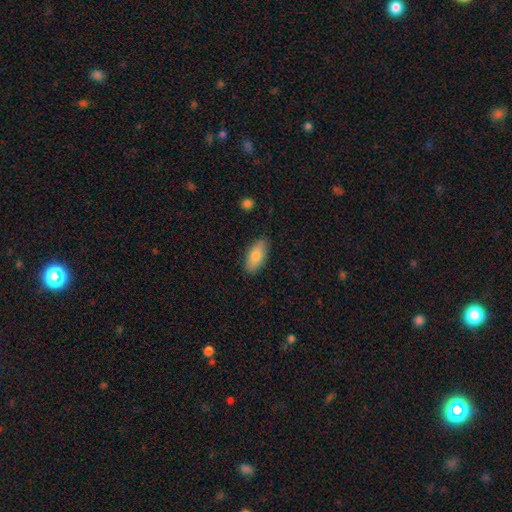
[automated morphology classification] Smooth or featured: smooth — 80% (featured or disk — 14%)
How rounded: in between — 89% (cigar-shaped — 9%)
Merging: none — 87% (minor disturbance — 10%)